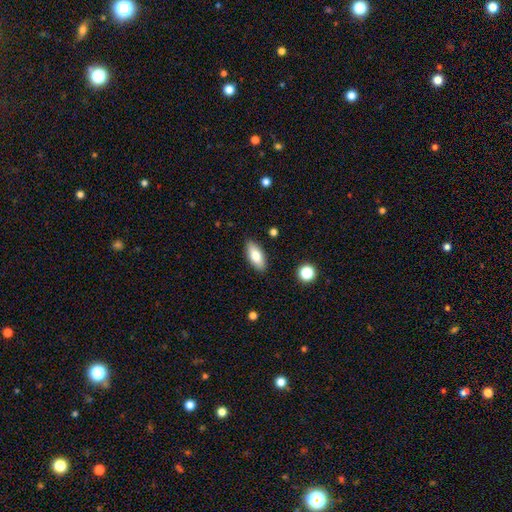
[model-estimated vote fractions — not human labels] This appears to be a smooth galaxy with no disk features (77%) that is in between round and cigar-shaped (82%). Merging: none (87%).